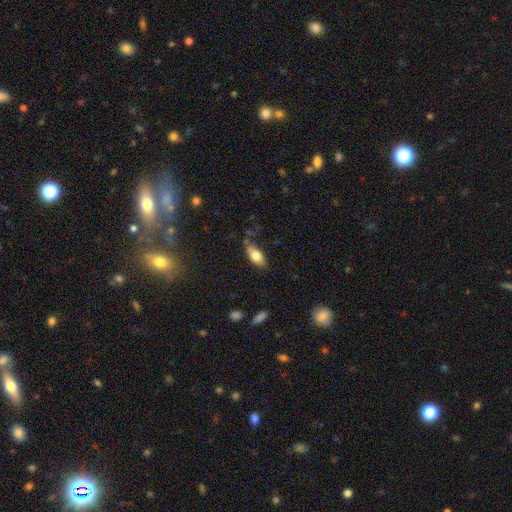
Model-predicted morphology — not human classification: Smooth or featured? Predicted: smooth (p=0.76). How rounded? Predicted: in between (p=0.85). Merging? Predicted: none (p=0.65).